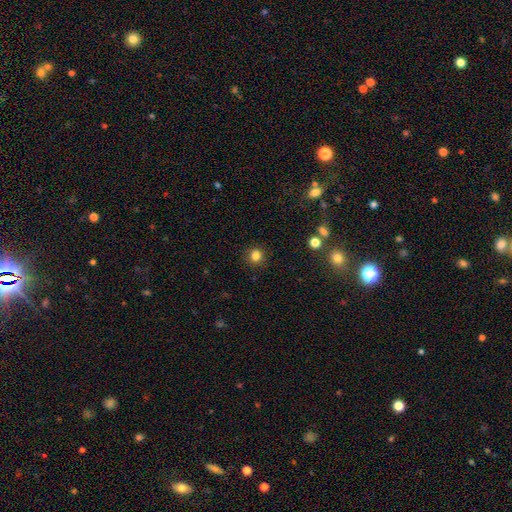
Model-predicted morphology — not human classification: The model was most divided on "smooth or featured": smooth: 83%, star or artifact: 13%, featured or disk: 4%. More confident: how rounded — round (91%); merging — none (90%).